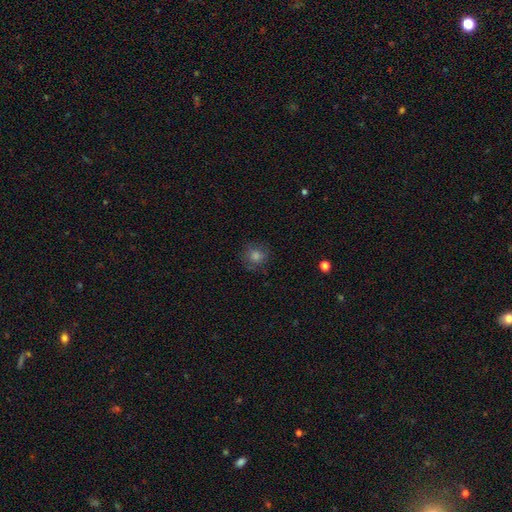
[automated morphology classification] Smooth or featured? Predicted: smooth (p=0.69). How rounded? Predicted: round (p=0.88). Merging? Predicted: none (p=0.82).